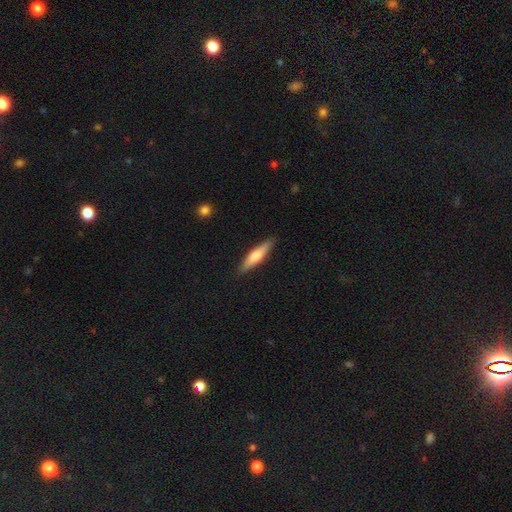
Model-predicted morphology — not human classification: Smooth or featured? Predicted: smooth (p=0.59). How rounded? Predicted: cigar-shaped (p=0.79). Merging? Predicted: none (p=0.89).